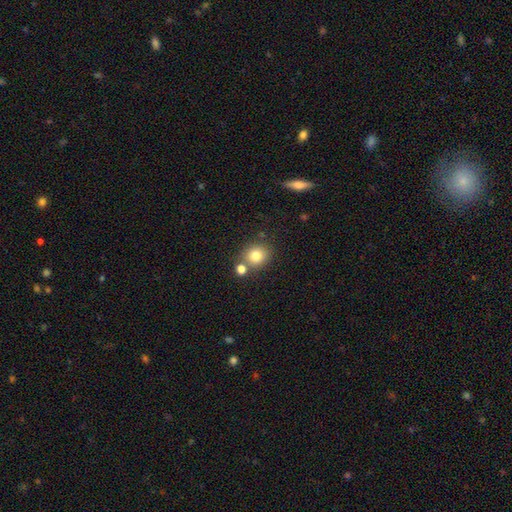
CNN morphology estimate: A smooth galaxy with no disk features (79%) that is round (80%).

Vote fractions:
- Smooth or featured? smooth: 79% / star or artifact: 12% / featured or disk: 9%
- How rounded? round: 80% / in between: 19% / cigar-shaped: 1%
- Merging? none: 69% / merger: 19% / minor disturbance: 10% / major disturbance: 3%